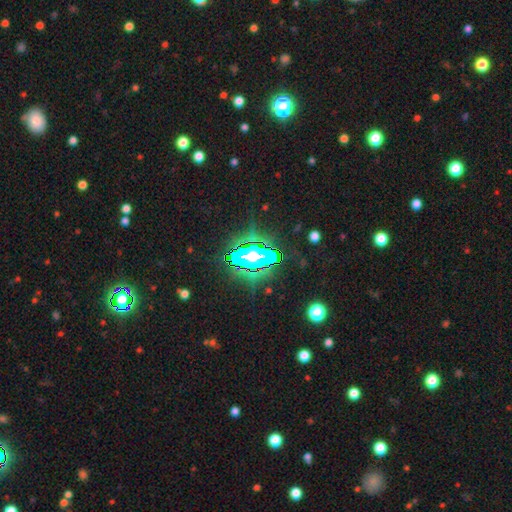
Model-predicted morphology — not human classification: A star or artifact, not a galaxy (79%).